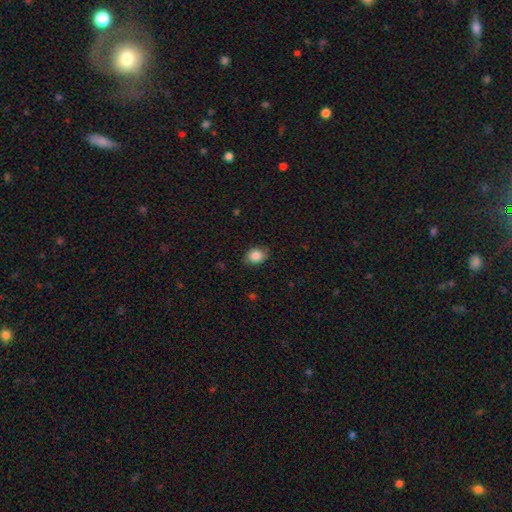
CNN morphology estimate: type=smooth (86%); roundness=in between (57%); merging=none (81%).